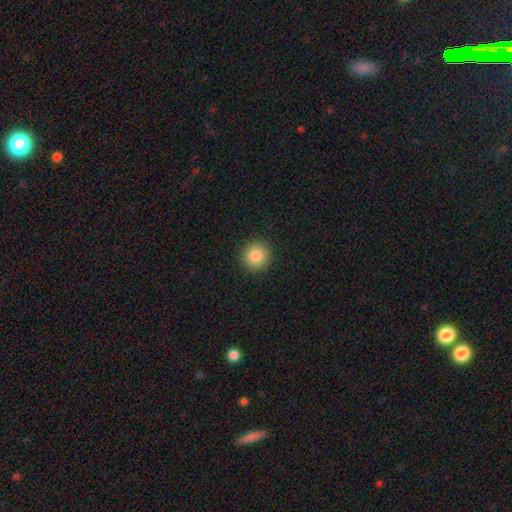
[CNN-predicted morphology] smooth 85%, star or artifact 9%, featured or disk 5%. Down the decision tree: how rounded — round (93%); merging — none (92%).